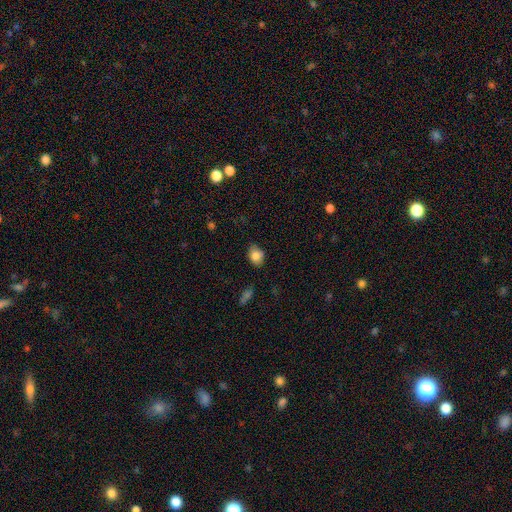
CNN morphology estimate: The model was most divided on "how rounded": in between: 65%, round: 33%, cigar-shaped: 1%. More confident: smooth or featured — smooth (82%); merging — none (74%).